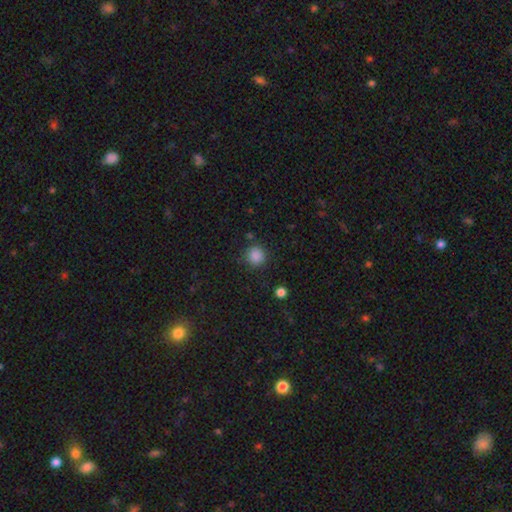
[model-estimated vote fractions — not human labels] A smooth galaxy with no disk features (86%) that is round (92%).

Vote fractions:
- Smooth or featured? smooth: 86% / star or artifact: 11% / featured or disk: 3%
- How rounded? round: 92% / in between: 7% / cigar-shaped: 1%
- Merging? none: 86% / minor disturbance: 8% / major disturbance: 3% / merger: 2%